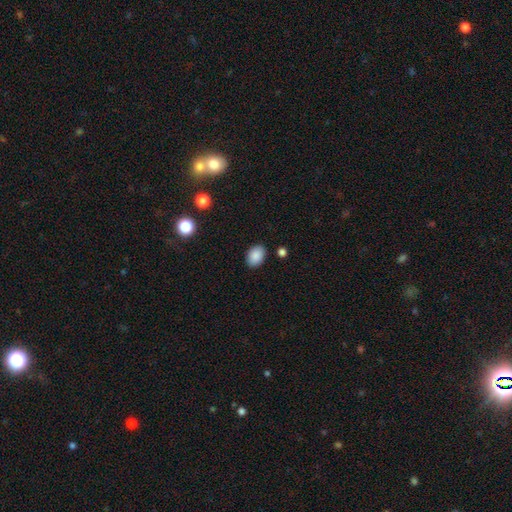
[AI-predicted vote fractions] Smooth or featured: smooth — 88% (star or artifact — 8%)
How rounded: in between — 79% (round — 20%)
Merging: none — 87% (minor disturbance — 9%)